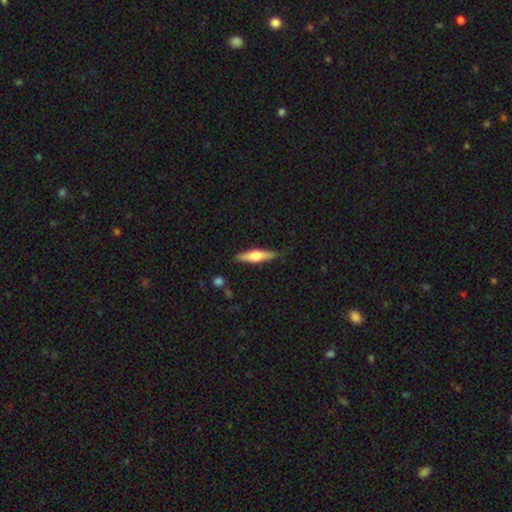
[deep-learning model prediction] Overall: smooth (48%; featured or disk 47%). Merging: none (83%).